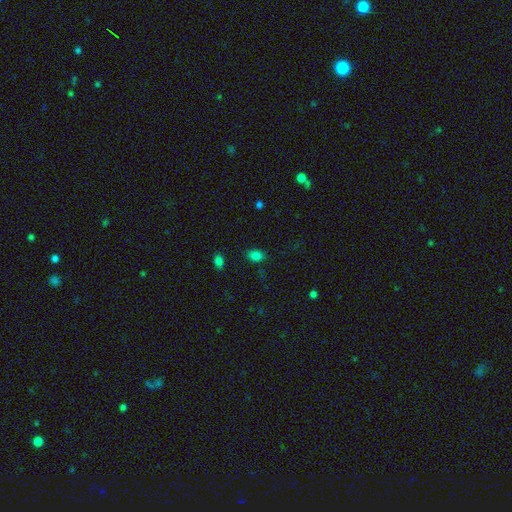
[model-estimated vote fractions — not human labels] Q: Smooth or featured?
A: smooth (81%); runner-up: star or artifact (15%)
Q: How rounded?
A: in between (77%); runner-up: round (21%)
Q: Merging?
A: none (81%); runner-up: minor disturbance (14%)